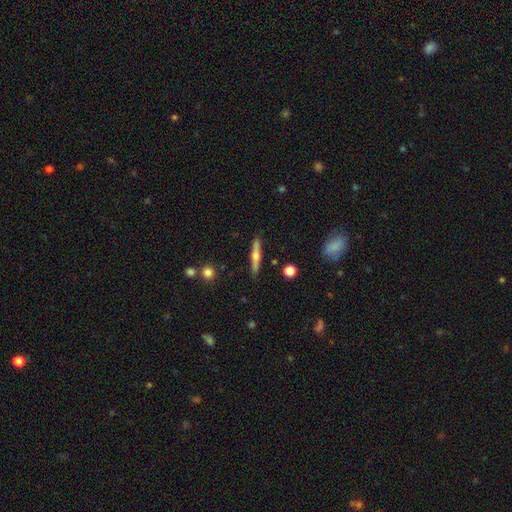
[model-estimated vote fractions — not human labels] The model was most divided on "smooth or featured": featured or disk: 54%, smooth: 40%, star or artifact: 6%. More confident: edge-on disk — yes (97%); merging — none (89%); edge-on bulge — rounded (86%).